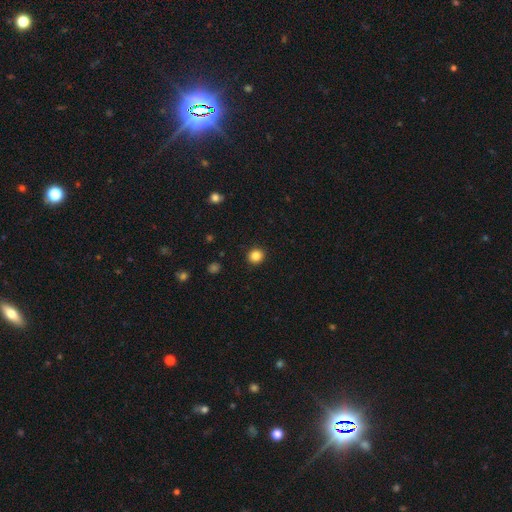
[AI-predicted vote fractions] Morphology: type=smooth (85%); roundness=round (90%); merging=none (92%).